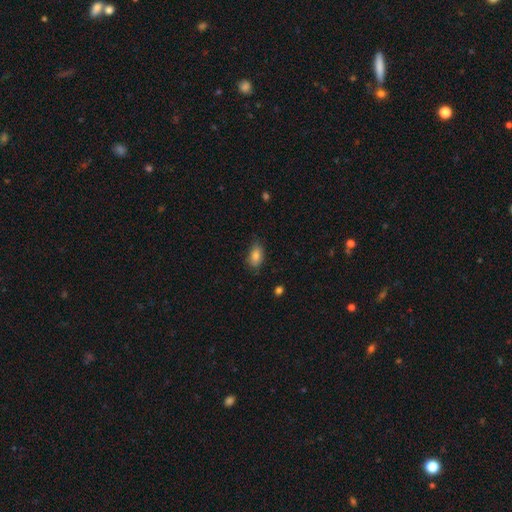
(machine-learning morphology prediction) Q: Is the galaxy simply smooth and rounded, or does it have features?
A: smooth — 84%.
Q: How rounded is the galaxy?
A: in between — 89%.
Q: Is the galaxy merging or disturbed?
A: none — 76%.